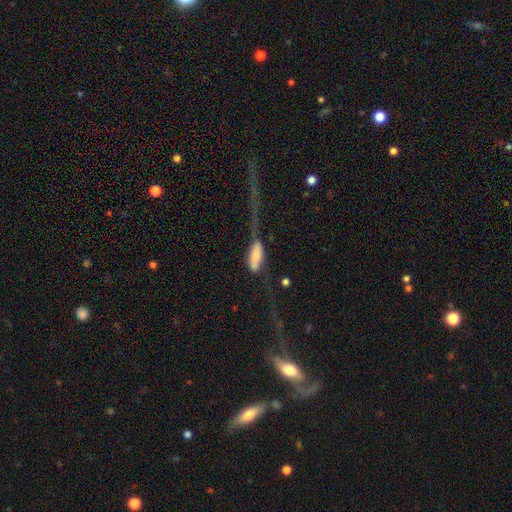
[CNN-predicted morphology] The model was most divided on "smooth or featured": smooth: 63%, featured or disk: 30%, star or artifact: 7%. More confident: how rounded — in between (71%); merging — major disturbance (55%).